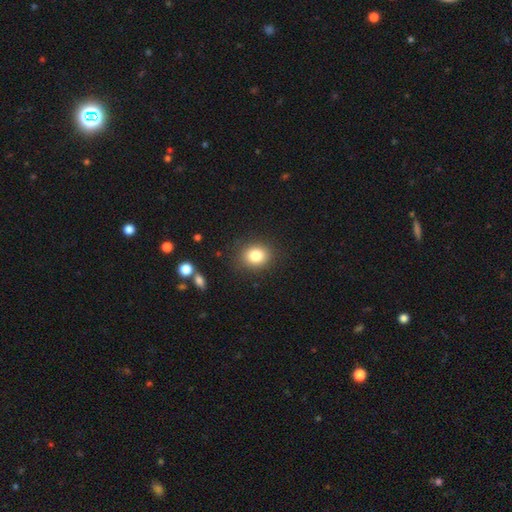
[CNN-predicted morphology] Smooth or featured: smooth — 82% (star or artifact — 11%)
How rounded: round — 63% (in between — 37%)
Merging: none — 87% (minor disturbance — 9%)